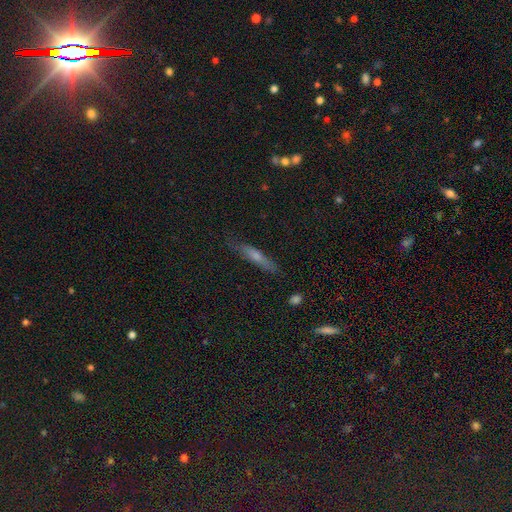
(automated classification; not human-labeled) This is marginally a smooth galaxy (44%). Merging: clearly none (82%).